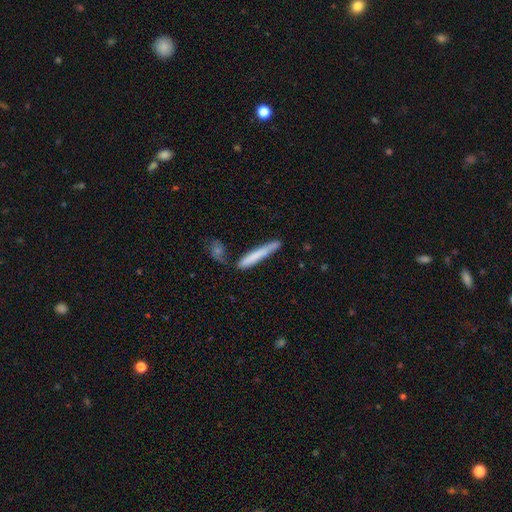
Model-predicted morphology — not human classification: smooth-or-featured: smooth: 68% | featured or disk: 26% | star or artifact: 6%
  how-rounded: cigar-shaped: 95% | in between: 4% | round: 1%
  merging: none: 72% | minor disturbance: 16% | merger: 8% | major disturbance: 4%